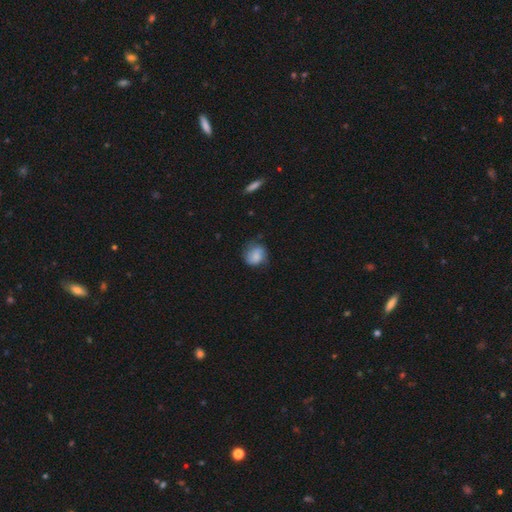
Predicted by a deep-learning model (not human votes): Morphology: type=smooth (71%); roundness=round (68%); merging=none (57%).